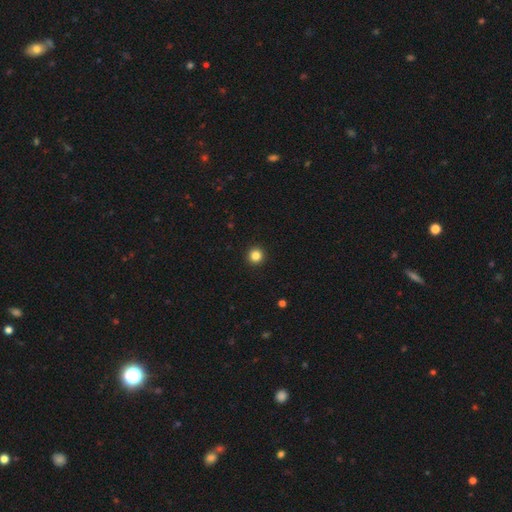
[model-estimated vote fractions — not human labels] Morphology: type=smooth (84%); roundness=round (96%); merging=none (94%).